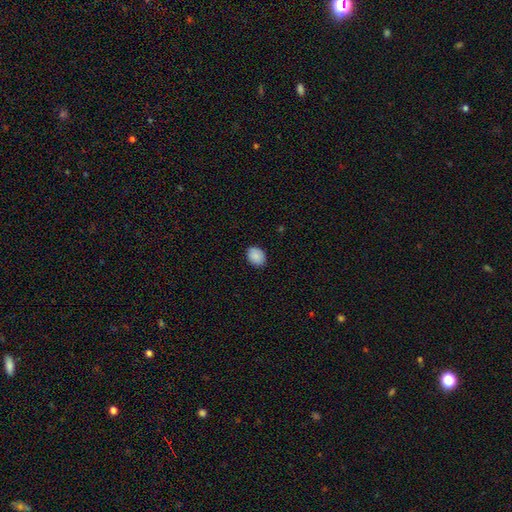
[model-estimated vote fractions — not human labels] Smooth or featured? smooth (88%)
How rounded? in between (57%)
Merging? none (86%)